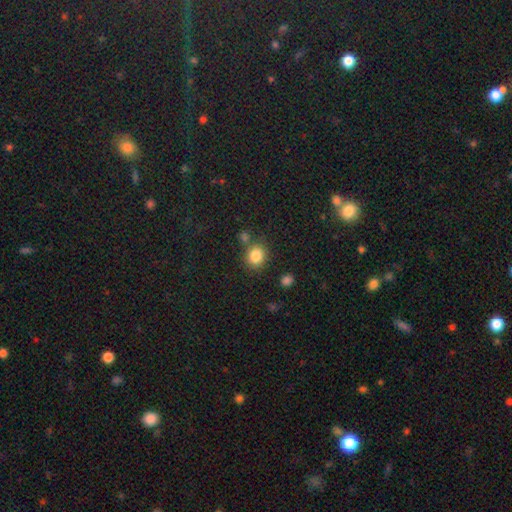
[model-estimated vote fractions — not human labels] smooth 85%, star or artifact 10%, featured or disk 5%. Down the decision tree: how rounded — round (77%); merging — none (74%).